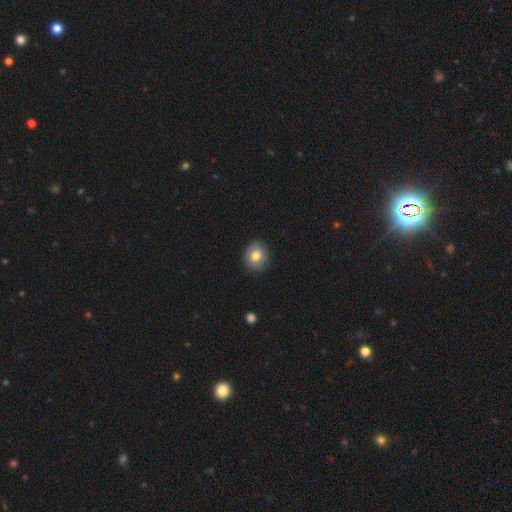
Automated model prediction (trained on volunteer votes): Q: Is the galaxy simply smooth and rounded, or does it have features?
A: smooth — 79%.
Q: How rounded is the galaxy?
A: round — 71%.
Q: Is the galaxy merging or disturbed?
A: none — 85%.